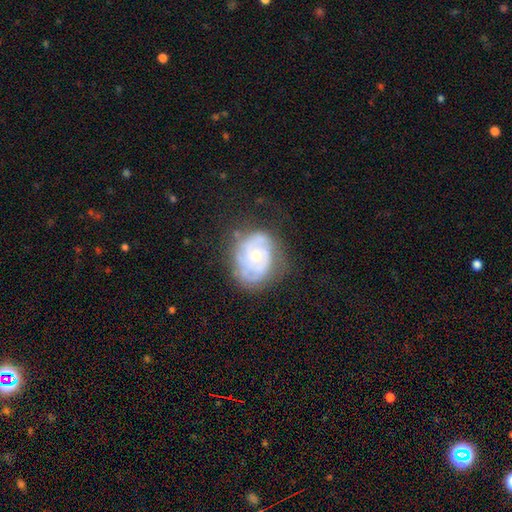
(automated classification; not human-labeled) Morphology: type=featured or disk (73%); edge-on=no (97%); bar=no (80%); spiral arms=yes (78%); winding=tight (64%); arm count=can't tell (44%); bulge=moderate (52%); merging=none (62%).